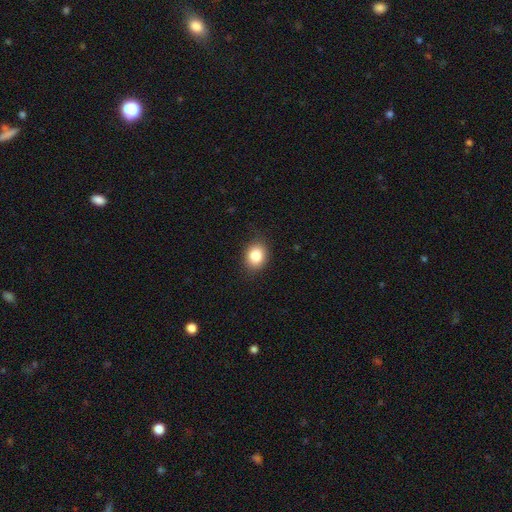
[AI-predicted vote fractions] This is clearly a smooth galaxy (84%). How rounded: possibly round (53%). Merging: clearly none (86%).